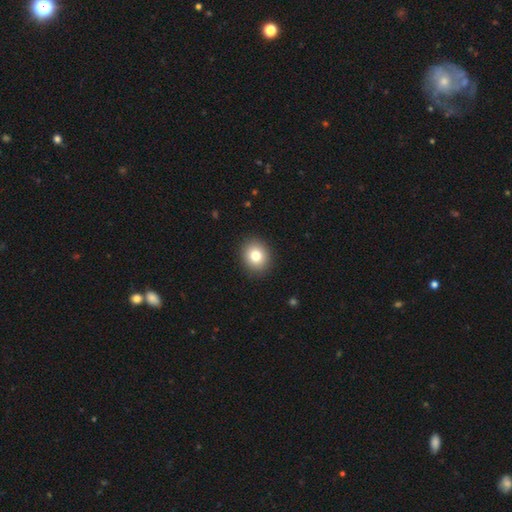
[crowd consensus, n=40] smooth 82%, star or artifact 10%, featured or disk 8%. Down the decision tree: how rounded — round (88%); merging — none (89%).